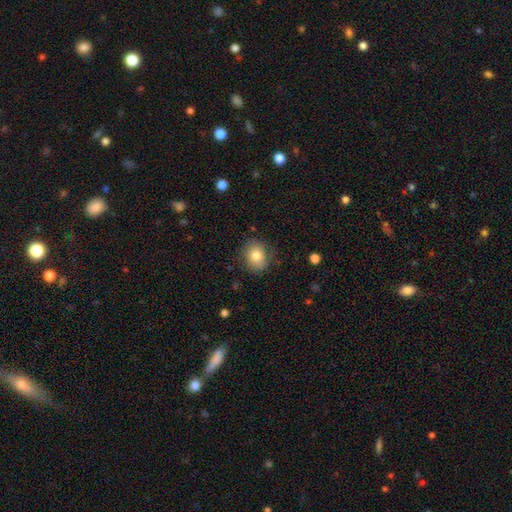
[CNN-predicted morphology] Q: Smooth or featured?
A: smooth (79%); runner-up: featured or disk (12%)
Q: How rounded?
A: round (68%); runner-up: in between (31%)
Q: Merging?
A: none (81%); runner-up: minor disturbance (14%)